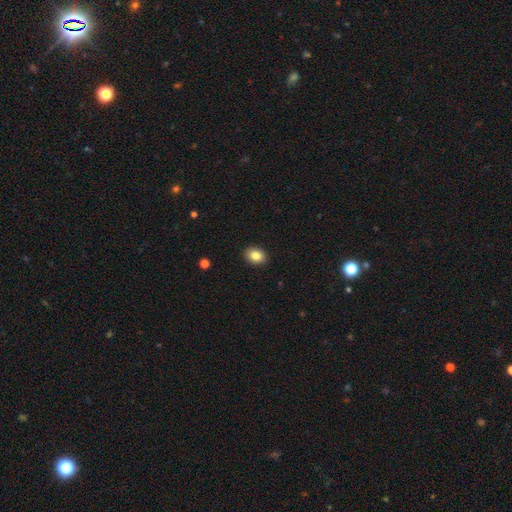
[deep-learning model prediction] smooth 84%, star or artifact 9%, featured or disk 7%. Down the decision tree: how rounded — in between (63%); merging — none (91%).